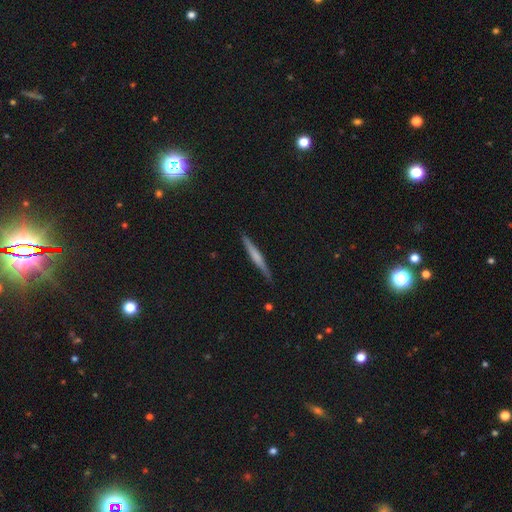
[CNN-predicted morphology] Smooth or featured? Predicted: featured or disk (p=0.50). Merging? Predicted: none (p=0.88).